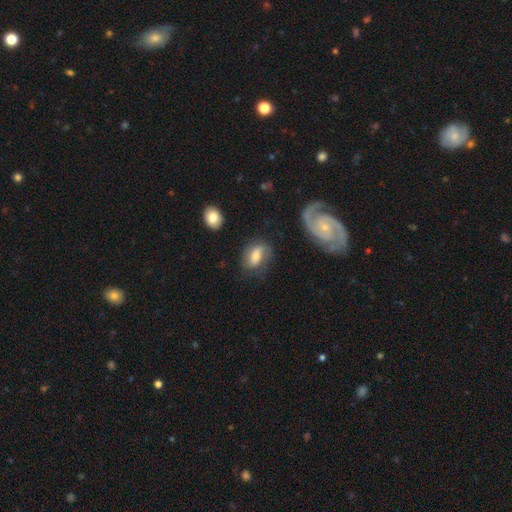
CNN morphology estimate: Smooth or featured? smooth (53%)
How rounded? in between (82%)
Merging? none (61%)